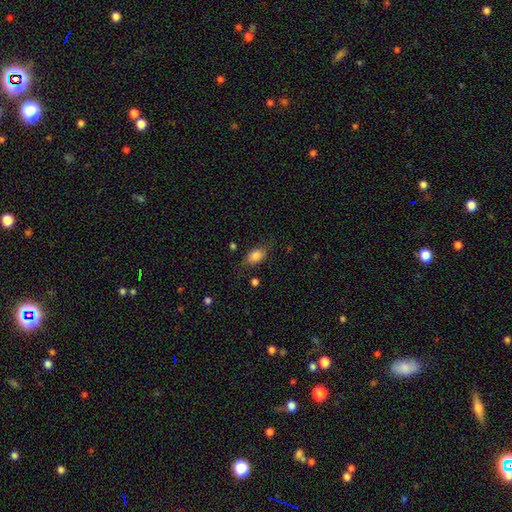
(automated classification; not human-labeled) Smooth or featured? Predicted: smooth (p=0.82). How rounded? Predicted: in between (p=0.84). Merging? Predicted: none (p=0.69).